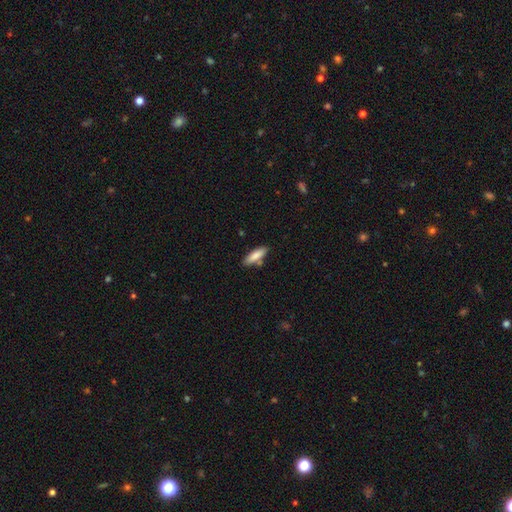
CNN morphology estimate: Smooth or featured? Predicted: smooth (p=0.84). How rounded? Predicted: cigar-shaped (p=0.50). Merging? Predicted: none (p=0.78).